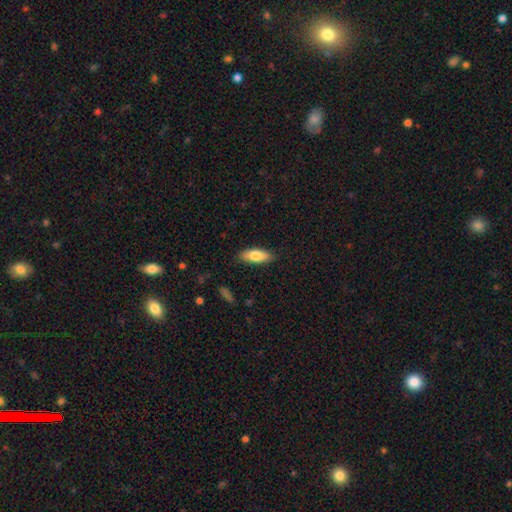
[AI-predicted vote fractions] A smooth galaxy with no disk features (79%) that is in between round and cigar-shaped (73%).

Vote fractions:
- Smooth or featured? smooth: 79% / featured or disk: 15% / star or artifact: 6%
- How rounded? in between: 73% / cigar-shaped: 25% / round: 2%
- Merging? none: 86% / minor disturbance: 11% / major disturbance: 2% / merger: 1%